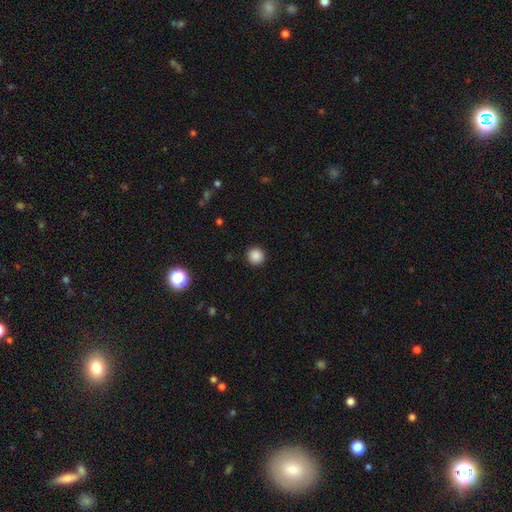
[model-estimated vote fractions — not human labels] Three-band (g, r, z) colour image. It shows a smooth galaxy with no disk features (86%) that is round (95%). Merging: none (92%).